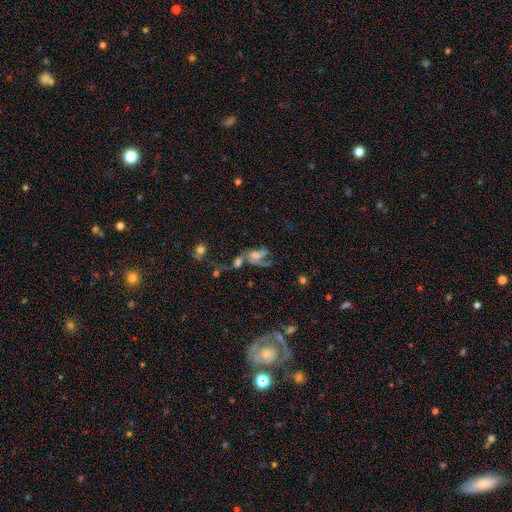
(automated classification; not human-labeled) Q: Smooth or featured?
A: featured or disk (66%); runner-up: smooth (21%)
Q: Edge-on disk?
A: no (95%); runner-up: yes (5%)
Q: Bar?
A: no (64%); runner-up: weak (28%)
Q: Spiral arms?
A: yes (83%); runner-up: no (17%)
Q: Spiral winding?
A: loose (44%); runner-up: medium (39%)
Q: Spiral arm count?
A: 2 (53%); runner-up: 1 (24%)
Q: Bulge size?
A: moderate (51%); runner-up: small (23%)
Q: Merging?
A: merger (43%); runner-up: none (23%)